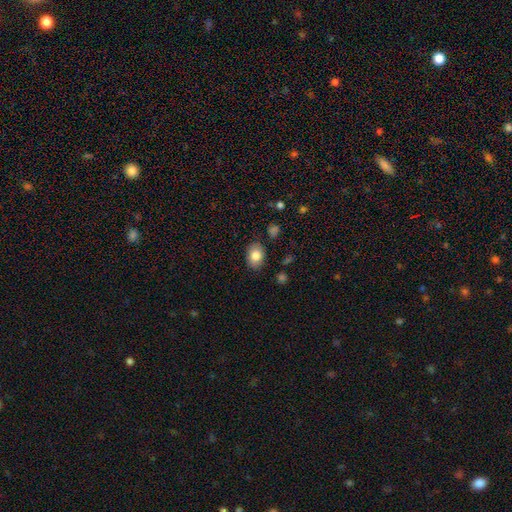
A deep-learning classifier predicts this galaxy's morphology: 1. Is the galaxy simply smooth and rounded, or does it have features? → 81% smooth, 11% featured or disk, 8% star or artifact.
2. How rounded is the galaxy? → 76% in between, 23% round, 1% cigar-shaped.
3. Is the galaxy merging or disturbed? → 85% none, 11% minor disturbance, 2% major disturbance, 2% merger.